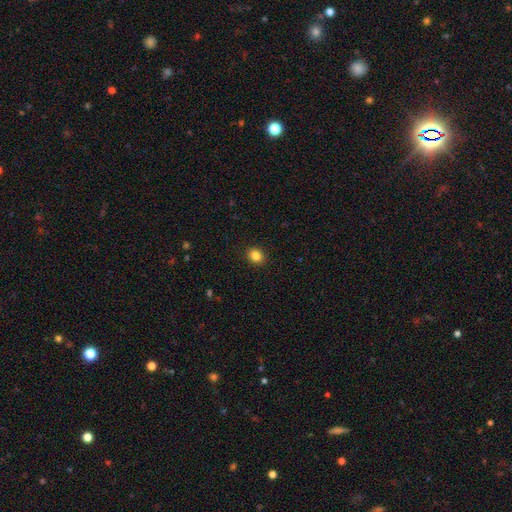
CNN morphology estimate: This appears to be a smooth galaxy with no disk features (85%) that is round (55%). Merging: none (91%).